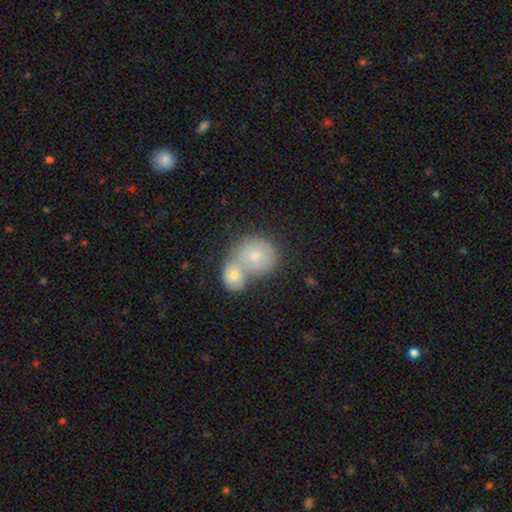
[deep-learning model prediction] smooth_or_featured: smooth (p=0.75) [alt: featured or disk p=0.18]
how_rounded: round (p=0.83) [alt: in between p=0.16]
merging: merger (p=0.65) [alt: none p=0.24]